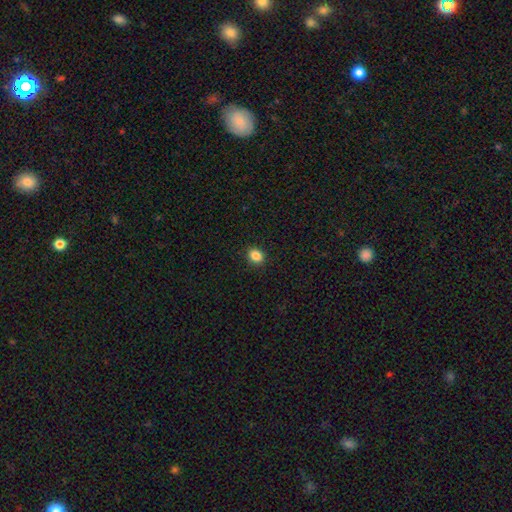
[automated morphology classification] Overall: smooth (86%). How rounded: round (52%; in between 47%). Merging: none (91%).